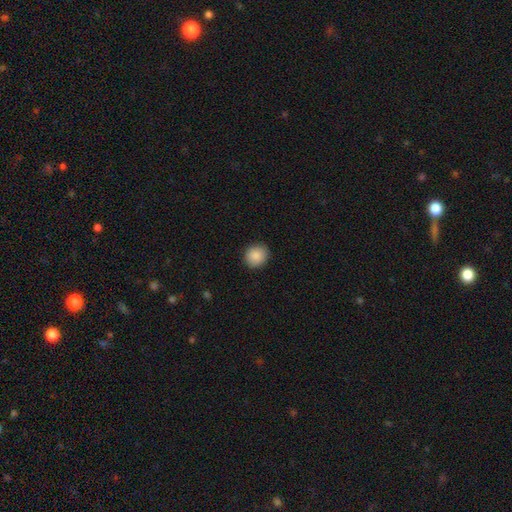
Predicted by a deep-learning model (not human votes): Smooth or featured? smooth (89%)
How rounded? round (83%)
Merging? none (90%)